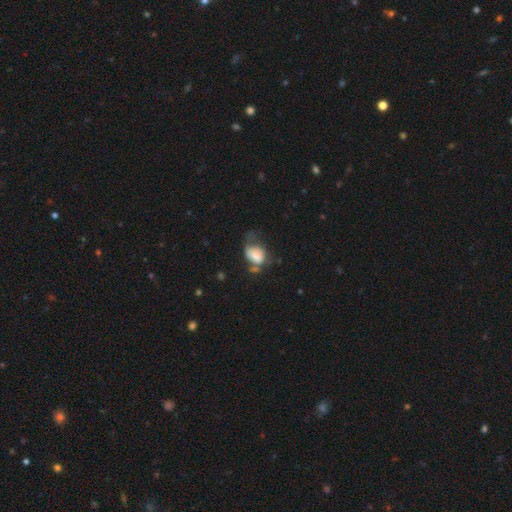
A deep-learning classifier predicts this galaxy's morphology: This is likely a smooth galaxy (67%). How rounded: likely in between (71%). Merging: marginally major disturbance (38%).